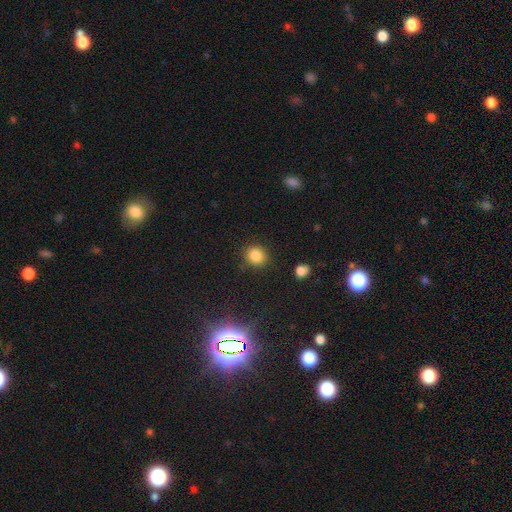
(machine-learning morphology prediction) type=smooth (85%); roundness=round (77%); merging=none (85%).